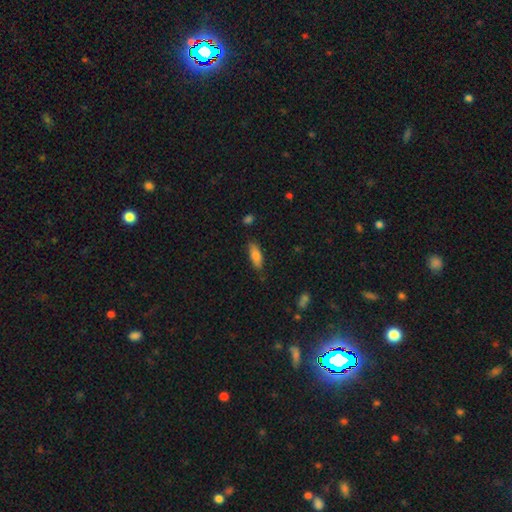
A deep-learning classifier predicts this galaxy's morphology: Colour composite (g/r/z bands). It shows a smooth galaxy with no disk features (78%) that is in between round and cigar-shaped (63%). Merging: none (79%).